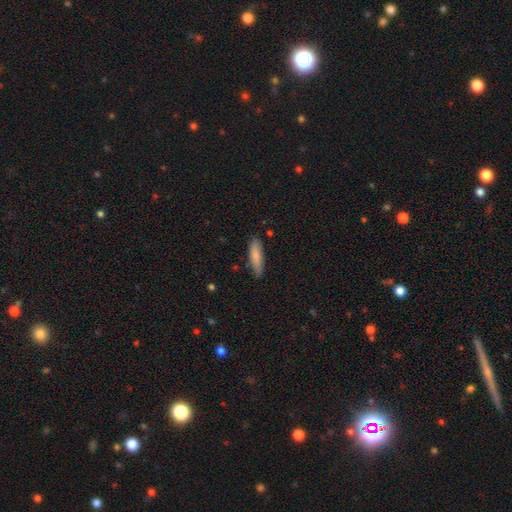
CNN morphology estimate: smooth_or_featured: smooth (p=0.83) [alt: featured or disk p=0.11]
how_rounded: cigar-shaped (p=0.59) [alt: in between p=0.39]
merging: none (p=0.81) [alt: minor disturbance p=0.15]